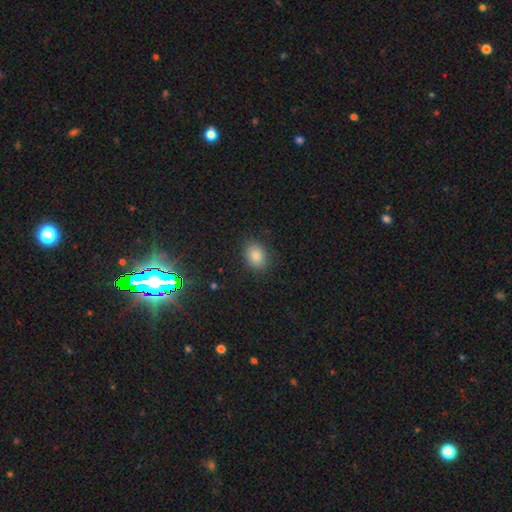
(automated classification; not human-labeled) A smooth galaxy with no disk features (86%) that is in between round and cigar-shaped (66%).

Vote fractions:
- Smooth or featured? smooth: 86% / star or artifact: 10% / featured or disk: 5%
- How rounded? in between: 66% / round: 33% / cigar-shaped: 1%
- Merging? none: 85% / minor disturbance: 11% / major disturbance: 3% / merger: 1%